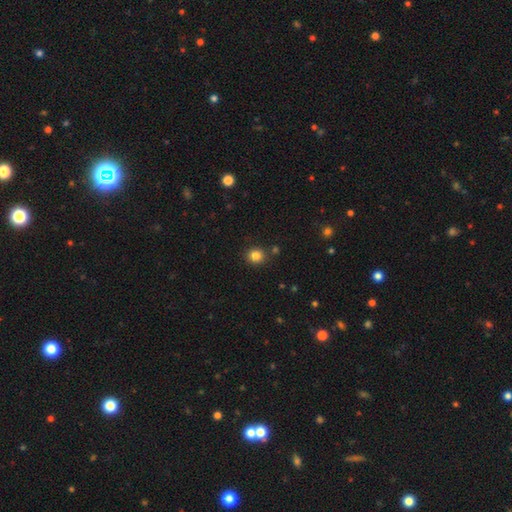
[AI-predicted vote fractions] Smooth or featured: smooth — 84% (star or artifact — 11%)
How rounded: round — 84% (in between — 15%)
Merging: none — 86% (minor disturbance — 8%)